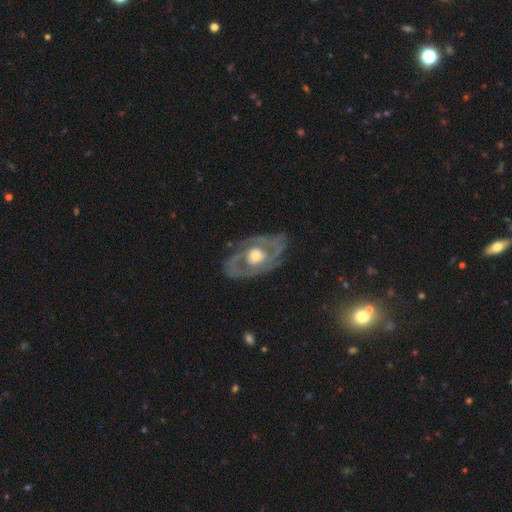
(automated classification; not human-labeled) A featured or disk galaxy (86%) with no bar (71%), 2 (79%) medium (44%) spiral arms (86%) and a moderate central bulge (65%).

Vote fractions:
- Smooth or featured? featured or disk: 86% / smooth: 9% / star or artifact: 4%
- Edge-on disk? no: 95% / yes: 5%
- Bar? no: 71% / weak: 21% / strong: 8%
- Spiral arms? yes: 86% / no: 14%
- Spiral winding? medium: 44% / tight: 43% / loose: 13%
- Spiral arm count? 2: 79% / can't tell: 9% / 3: 5% / 1: 3% / 4: 2% / more than 4: 2%
- Bulge size? moderate: 65% / large: 17% / small: 15% / dominant: 1% / none: 1%
- Merging? none: 77% / minor disturbance: 14% / major disturbance: 7% / merger: 1%